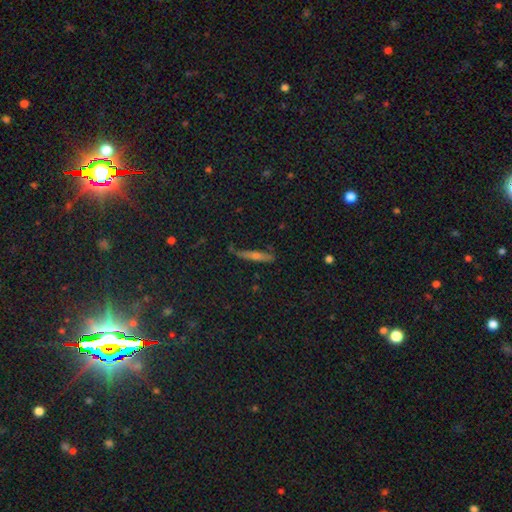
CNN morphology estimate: Smooth or featured? Predicted: smooth (p=0.42). Merging? Predicted: none (p=0.73).